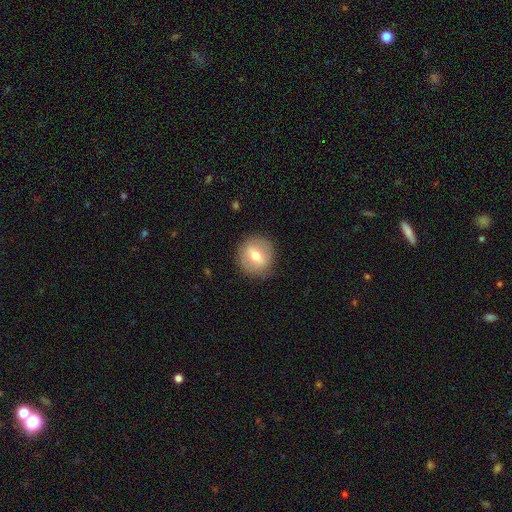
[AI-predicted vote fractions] Q: Smooth or featured?
A: smooth (54%); runner-up: featured or disk (38%)
Q: How rounded?
A: round (88%); runner-up: in between (11%)
Q: Merging?
A: none (86%); runner-up: minor disturbance (10%)